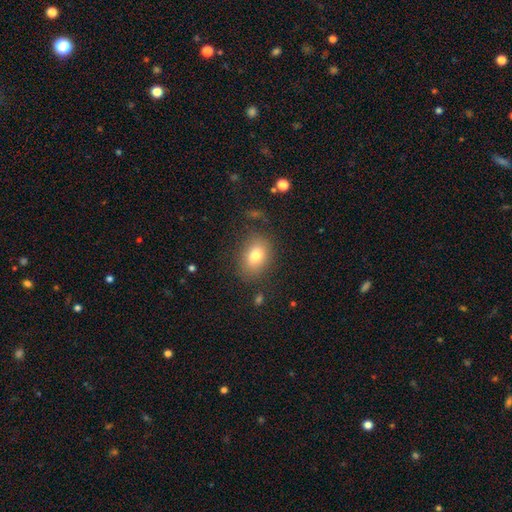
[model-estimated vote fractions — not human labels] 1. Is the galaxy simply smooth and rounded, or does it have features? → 78% smooth, 12% featured or disk, 10% star or artifact.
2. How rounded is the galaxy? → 71% in between, 28% round, 1% cigar-shaped.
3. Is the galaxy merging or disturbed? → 79% none, 14% minor disturbance, 5% major disturbance, 2% merger.